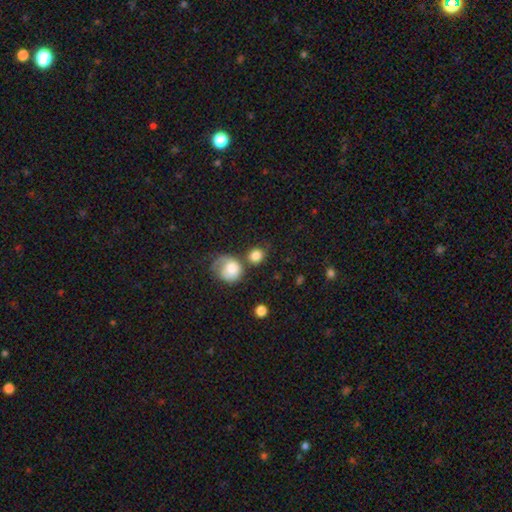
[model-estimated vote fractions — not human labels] This appears to be a smooth galaxy with no disk features (82%) that is round (82%). Merging: none (51%).